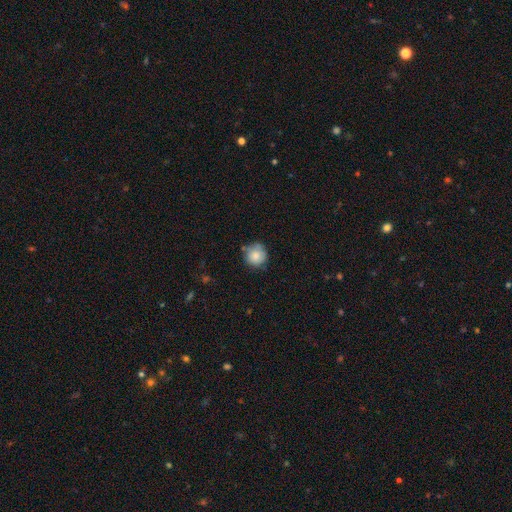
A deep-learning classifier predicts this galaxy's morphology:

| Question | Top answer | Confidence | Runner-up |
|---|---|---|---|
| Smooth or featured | smooth | 79% | featured or disk (13%) |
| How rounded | round | 92% | in between (7%) |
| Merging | none | 69% | minor disturbance (23%) |